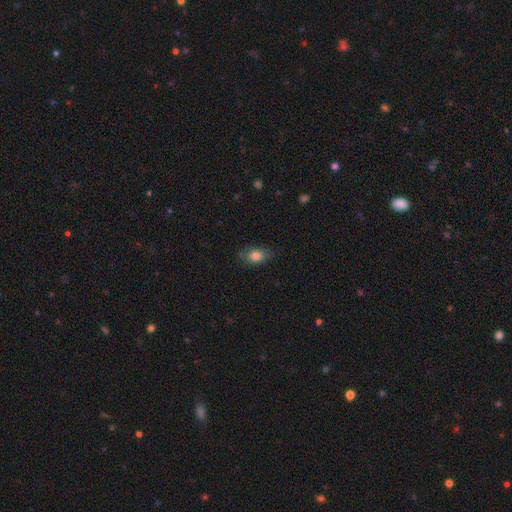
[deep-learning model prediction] Smooth or featured?
  - smooth: 81% *
  - featured or disk: 10%
  - star or artifact: 9%
How rounded?
  - in between: 79% *
  - round: 18%
  - cigar-shaped: 3%
Merging?
  - none: 71% *
  - minor disturbance: 22%
  - major disturbance: 6%
  - merger: 1%